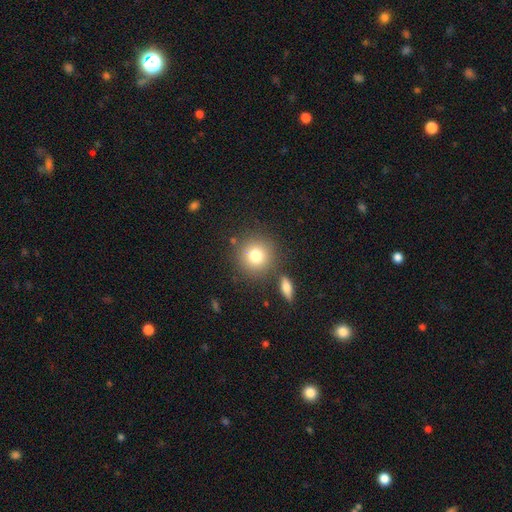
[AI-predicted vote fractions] smooth_or_featured: smooth (p=0.78) [alt: star or artifact p=0.11]
how_rounded: round (p=0.91) [alt: in between p=0.08]
merging: none (p=0.80) [alt: merger p=0.09]